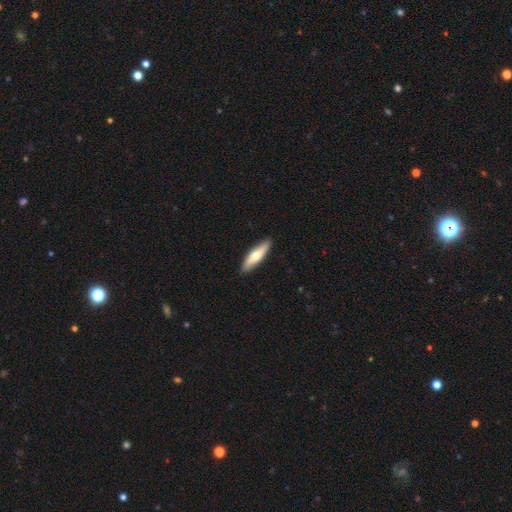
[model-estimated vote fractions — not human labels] This is likely a smooth galaxy (61%). How rounded: likely cigar-shaped (68%). Merging: clearly none (89%).